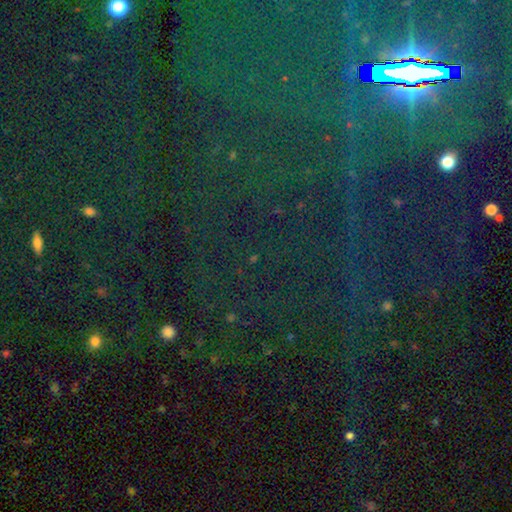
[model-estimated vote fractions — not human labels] Morphology: type=star or artifact (83%).